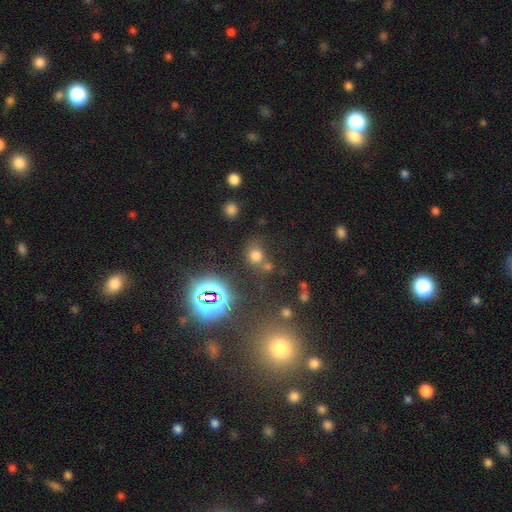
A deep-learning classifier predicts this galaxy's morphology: Smooth or featured?
  - smooth: 63% *
  - star or artifact: 28%
  - featured or disk: 9%
How rounded?
  - round: 75% *
  - in between: 23%
  - cigar-shaped: 1%
Merging?
  - none: 57% *
  - merger: 23%
  - minor disturbance: 13%
  - major disturbance: 7%